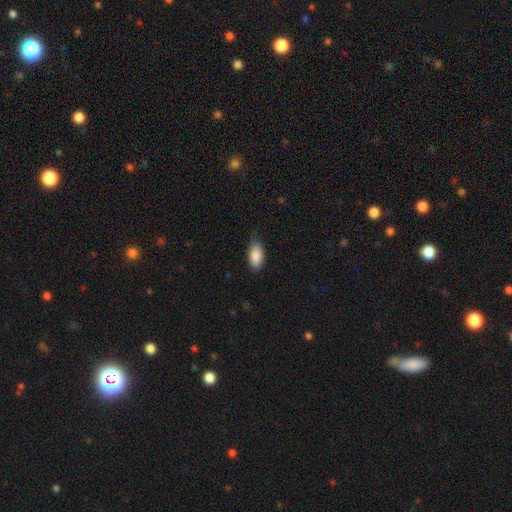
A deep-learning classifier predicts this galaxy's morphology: The model was most divided on "merging": none: 74%, minor disturbance: 21%, major disturbance: 3%, merger: 1%. More confident: how rounded — in between (93%); smooth or featured — smooth (88%).